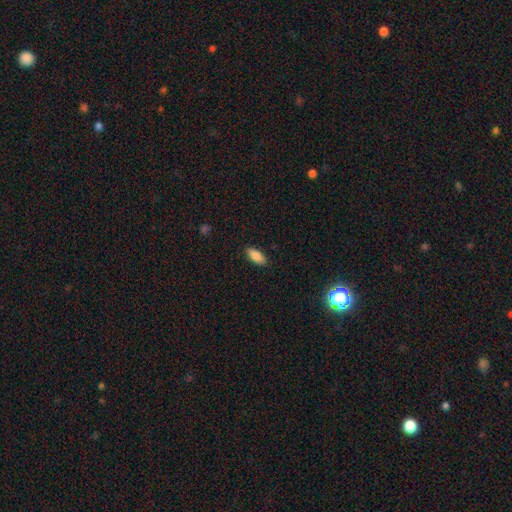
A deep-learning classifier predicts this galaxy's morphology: This is clearly a smooth galaxy (86%). How rounded: clearly in between (82%). Merging: clearly none (88%).